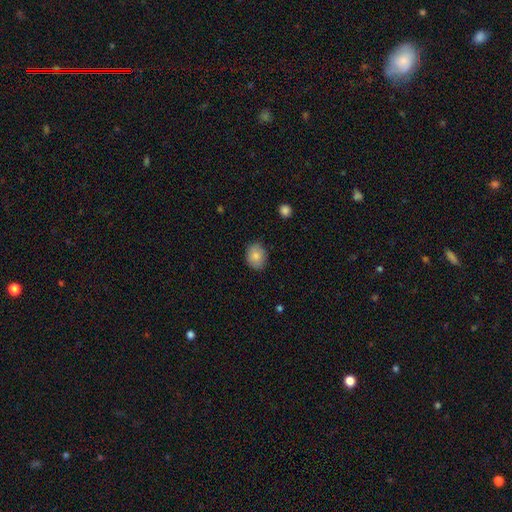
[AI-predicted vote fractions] A smooth galaxy with no disk features (84%) that is in between round and cigar-shaped (57%). Merging: none (84%).